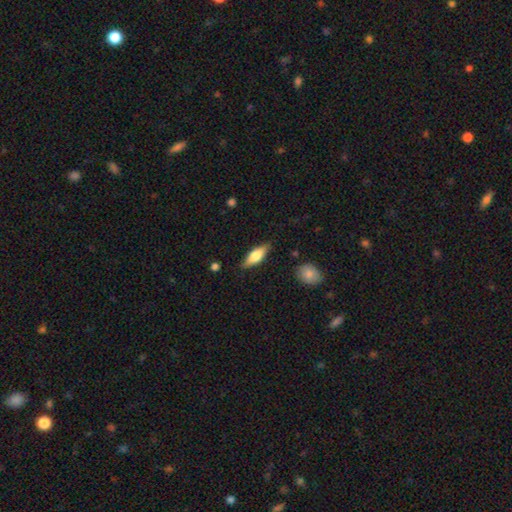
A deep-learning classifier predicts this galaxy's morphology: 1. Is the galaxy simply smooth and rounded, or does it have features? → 61% smooth, 33% featured or disk, 6% star or artifact.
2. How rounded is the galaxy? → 62% in between, 35% cigar-shaped, 2% round.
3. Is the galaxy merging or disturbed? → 83% none, 13% minor disturbance, 3% major disturbance, 2% merger.